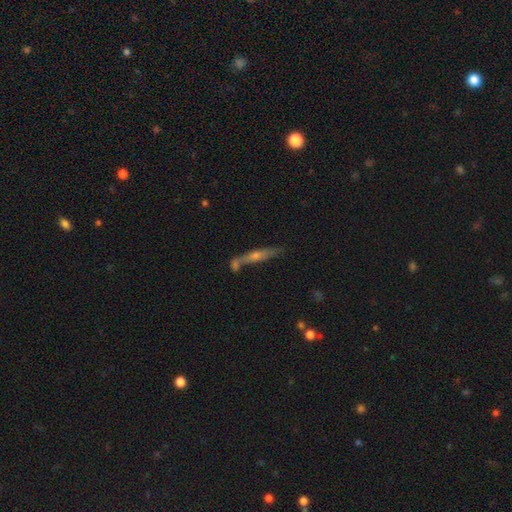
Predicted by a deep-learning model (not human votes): This is possibly a featured or disk galaxy (56%). It is clearly viewed edge-on (86%). Merging: possibly none (58%).